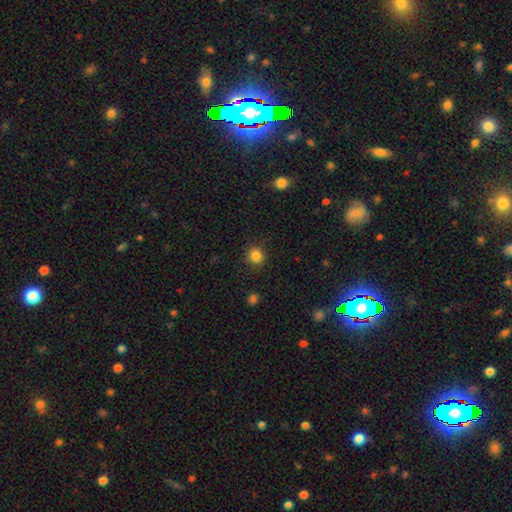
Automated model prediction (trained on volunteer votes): A smooth galaxy with no disk features (84%) that is round (88%).

Vote fractions:
- Smooth or featured? smooth: 84% / star or artifact: 11% / featured or disk: 4%
- How rounded? round: 88% / in between: 11% / cigar-shaped: 1%
- Merging? none: 87% / minor disturbance: 8% / major disturbance: 3% / merger: 1%